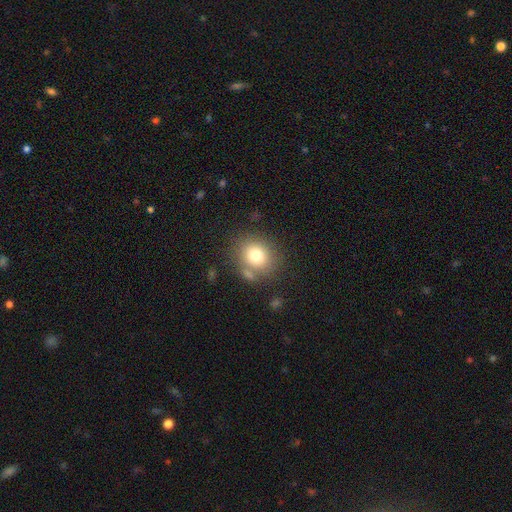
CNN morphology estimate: A smooth galaxy with no disk features (77%) that is round (75%).

Vote fractions:
- Smooth or featured? smooth: 77% / star or artifact: 12% / featured or disk: 11%
- How rounded? round: 75% / in between: 24% / cigar-shaped: 1%
- Merging? none: 71% / minor disturbance: 13% / merger: 10% / major disturbance: 5%